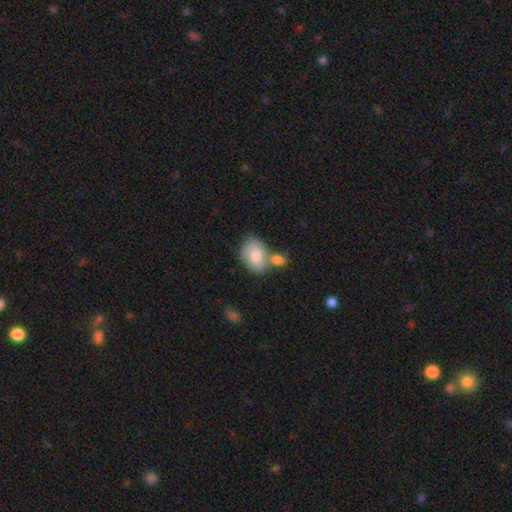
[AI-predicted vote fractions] smooth-or-featured: smooth: 77% | featured or disk: 17% | star or artifact: 6%
  how-rounded: in between: 78% | round: 21% | cigar-shaped: 1%
  merging: none: 40% | merger: 38% | minor disturbance: 17% | major disturbance: 6%